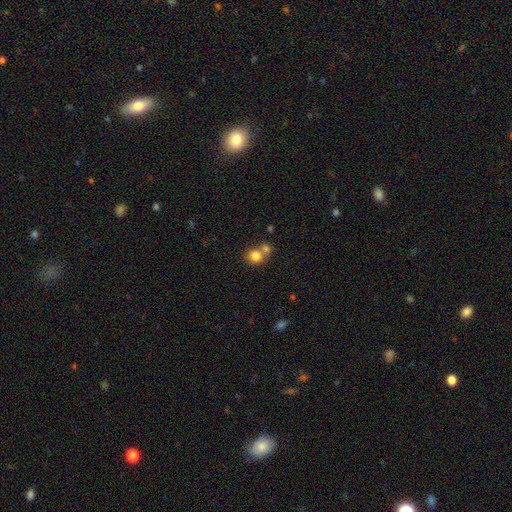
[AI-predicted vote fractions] Smooth or featured: smooth — 80% (star or artifact — 10%)
How rounded: round — 75% (in between — 24%)
Merging: merger — 46% (none — 42%)